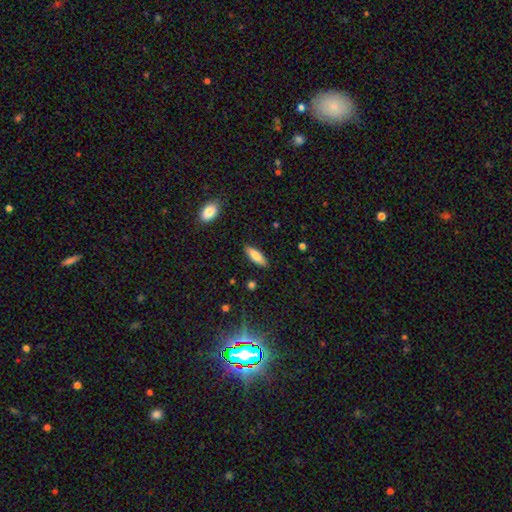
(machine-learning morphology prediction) This appears to be a smooth galaxy with no disk features (80%) that is in between round and cigar-shaped (55%). Merging: none (87%).